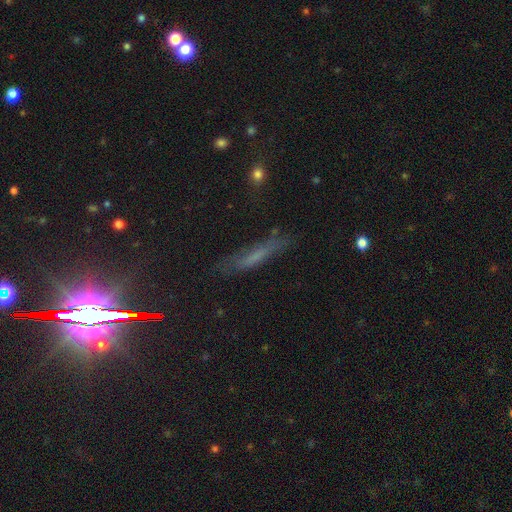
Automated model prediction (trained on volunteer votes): A smooth galaxy with no disk features (45%). Merging: none (69%).